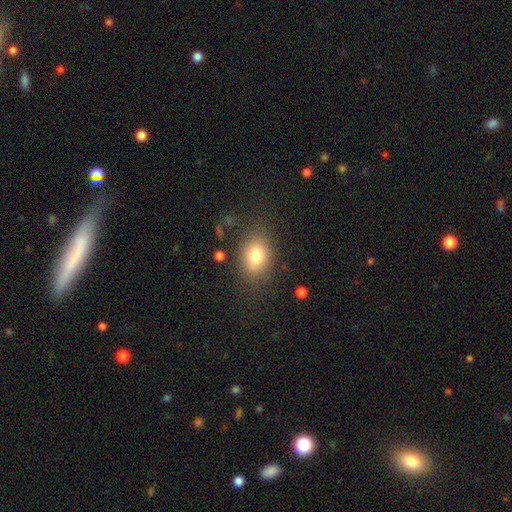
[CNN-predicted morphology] Smooth or featured? smooth (79%)
How rounded? in between (72%)
Merging? none (77%)